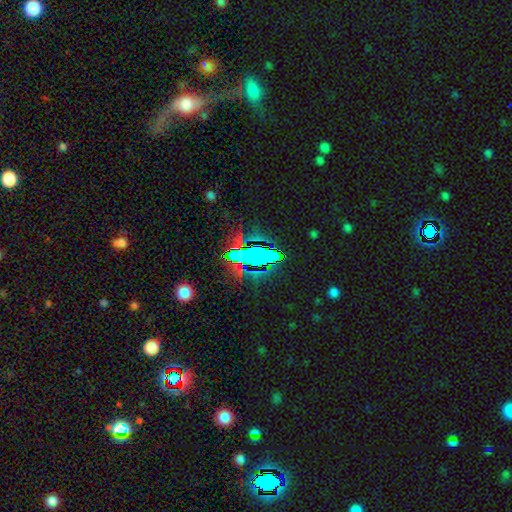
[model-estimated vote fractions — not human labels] Smooth or featured: star or artifact — 69% (smooth — 19%)